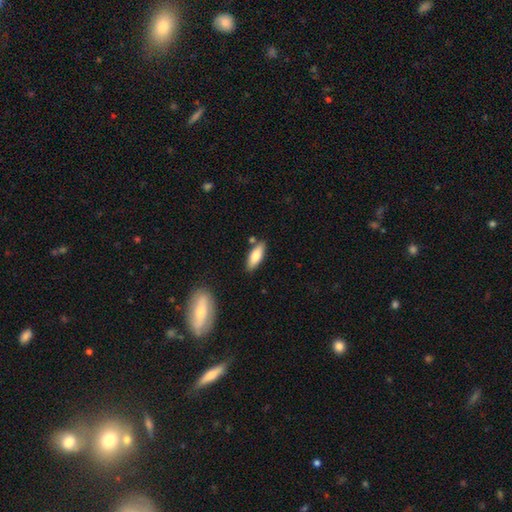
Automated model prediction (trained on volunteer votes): A smooth galaxy with no disk features (77%) that is in between round and cigar-shaped (65%). Merging: none (81%).